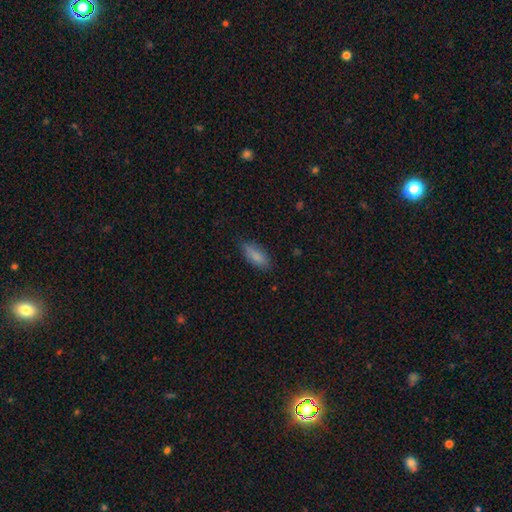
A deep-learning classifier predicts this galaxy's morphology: Smooth or featured: smooth — 85% (featured or disk — 8%)
How rounded: in between — 78% (cigar-shaped — 20%)
Merging: none — 77% (minor disturbance — 18%)